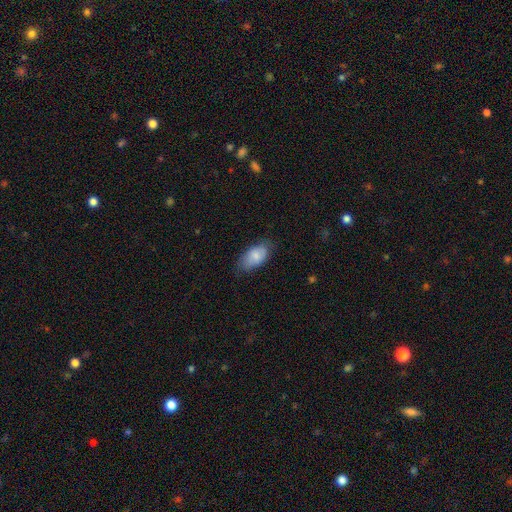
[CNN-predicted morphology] This is clearly a smooth galaxy (83%). How rounded: clearly in between (93%). Merging: likely none (72%).